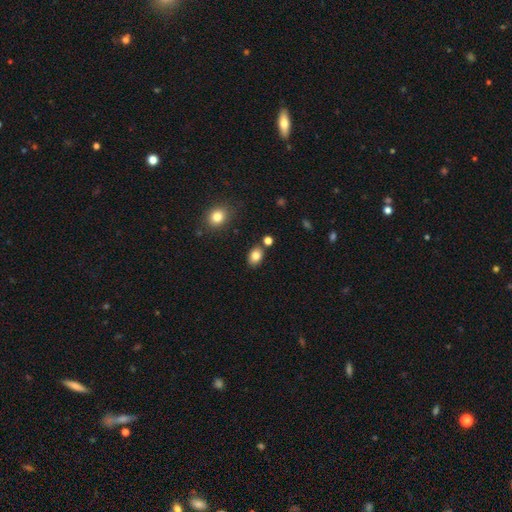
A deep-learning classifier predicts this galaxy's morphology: Smooth or featured: smooth — 83% (star or artifact — 10%)
How rounded: in between — 74% (round — 25%)
Merging: none — 80% (minor disturbance — 11%)